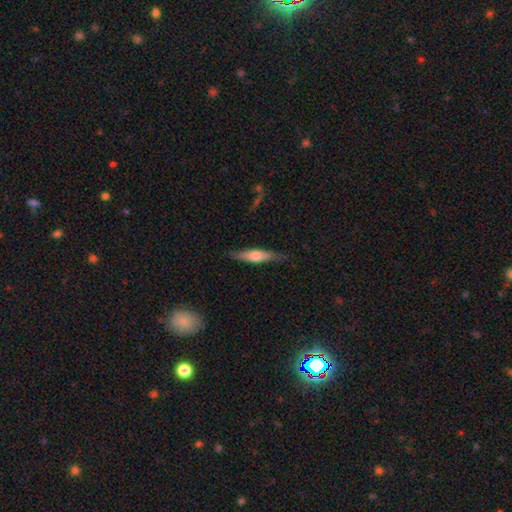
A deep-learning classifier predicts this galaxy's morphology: smooth_or_featured: smooth (p=0.51) [alt: featured or disk p=0.43]
how_rounded: cigar-shaped (p=0.76) [alt: in between p=0.22]
merging: none (p=0.80) [alt: minor disturbance p=0.16]